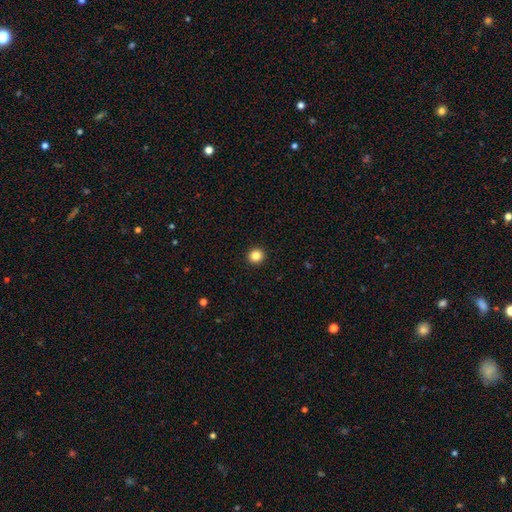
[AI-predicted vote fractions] smooth_or_featured: smooth (p=0.85) [alt: star or artifact p=0.11]
how_rounded: round (p=0.93) [alt: in between p=0.06]
merging: none (p=0.94) [alt: minor disturbance p=0.04]